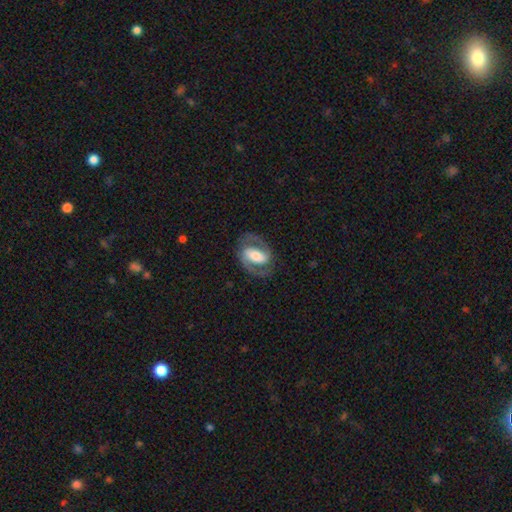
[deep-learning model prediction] Overall: featured or disk (79%). Edge-on disk: no (96%). Bar: strong (47%; weak 33%). Spiral arms: yes (90%). Spiral arm count: 2 (90%). Spiral winding: medium (53%; tight 29%). Bulge size: moderate (50%; large 25%). Merging: none (79%).